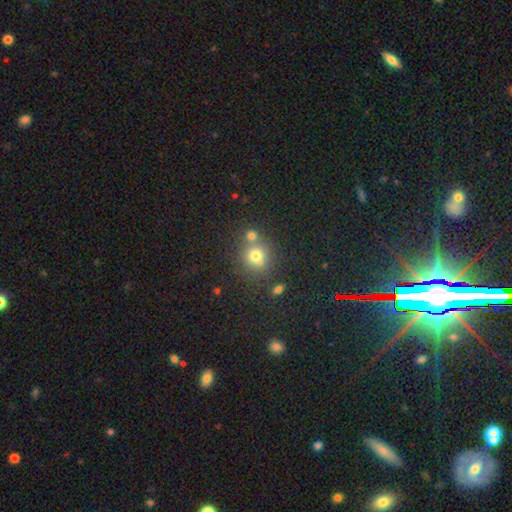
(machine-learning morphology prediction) Smooth or featured? Predicted: smooth (p=0.71). How rounded? Predicted: round (p=0.87). Merging? Predicted: none (p=0.59).